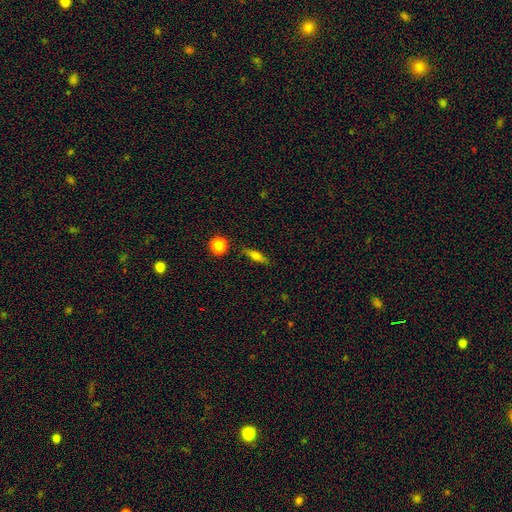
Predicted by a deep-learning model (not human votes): Smooth or featured? Predicted: smooth (p=0.61). How rounded? Predicted: cigar-shaped (p=0.59). Merging? Predicted: none (p=0.84).